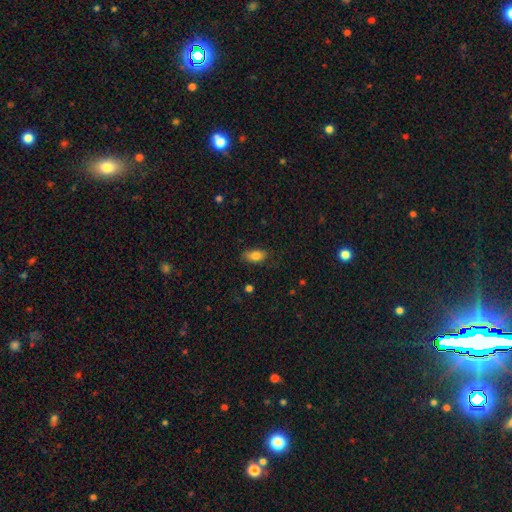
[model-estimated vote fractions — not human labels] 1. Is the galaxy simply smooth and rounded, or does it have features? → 81% smooth, 11% featured or disk, 8% star or artifact.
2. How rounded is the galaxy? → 88% in between, 7% cigar-shaped, 5% round.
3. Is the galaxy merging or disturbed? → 78% none, 17% minor disturbance, 4% major disturbance, 1% merger.